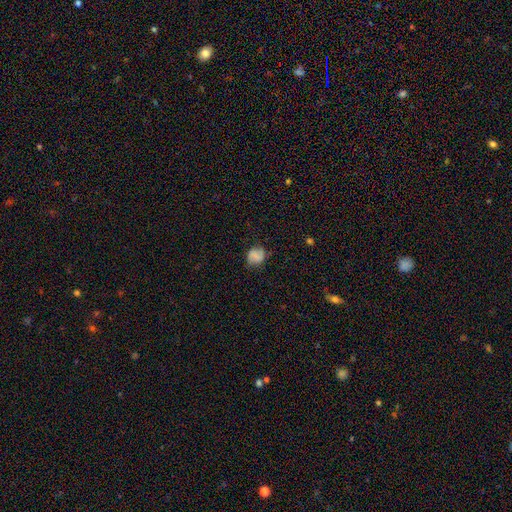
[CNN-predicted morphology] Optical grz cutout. It shows a smooth galaxy with no disk features (68%) that is round (69%). Merging: none (70%).